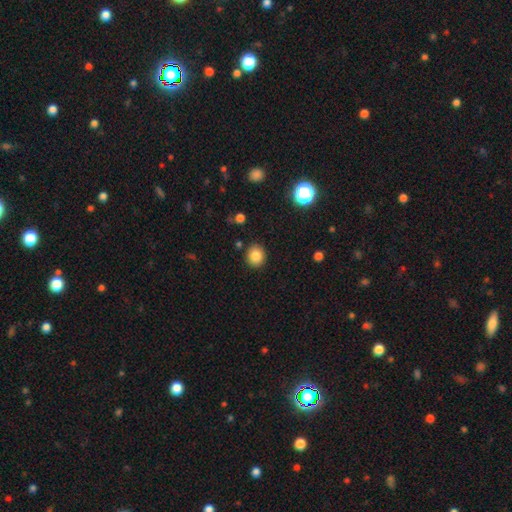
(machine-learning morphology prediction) Smooth or featured?
  - smooth: 84% *
  - star or artifact: 11%
  - featured or disk: 6%
How rounded?
  - round: 82% *
  - in between: 17%
  - cigar-shaped: 1%
Merging?
  - none: 89% *
  - minor disturbance: 7%
  - merger: 2%
  - major disturbance: 2%